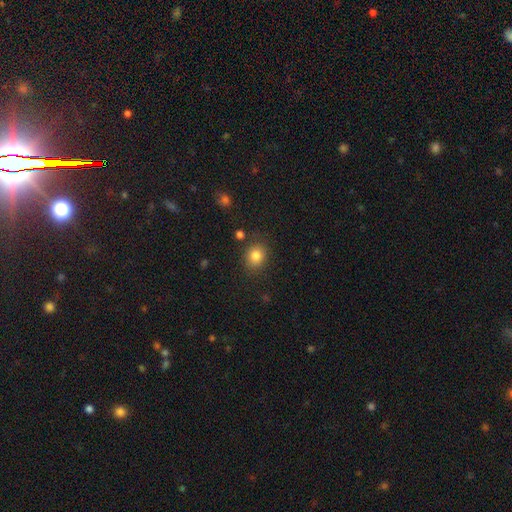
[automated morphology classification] type=smooth (82%); roundness=round (68%); merging=none (82%).